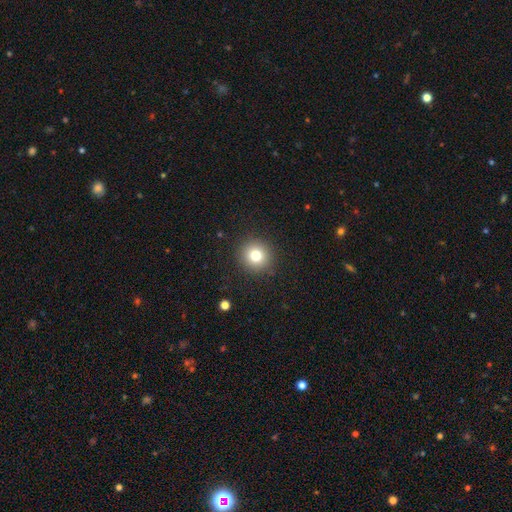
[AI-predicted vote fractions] smooth-or-featured: smooth: 77% | star or artifact: 13% | featured or disk: 10%
  how-rounded: round: 93% | in between: 6% | cigar-shaped: 1%
  merging: none: 91% | minor disturbance: 6% | major disturbance: 2% | merger: 1%